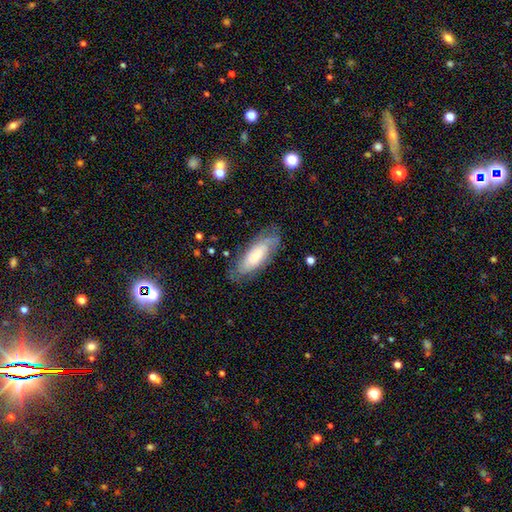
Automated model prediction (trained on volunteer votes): This is possibly a featured or disk galaxy (51%). It is clearly not viewed edge-on (82%). Merging: likely none (71%).